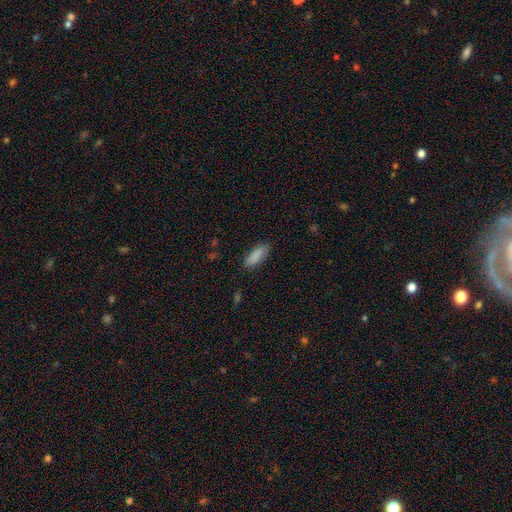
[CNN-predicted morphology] smooth_or_featured: smooth (p=0.87) [alt: featured or disk p=0.07]
how_rounded: in between (p=0.64) [alt: cigar-shaped p=0.35]
merging: none (p=0.83) [alt: minor disturbance p=0.13]